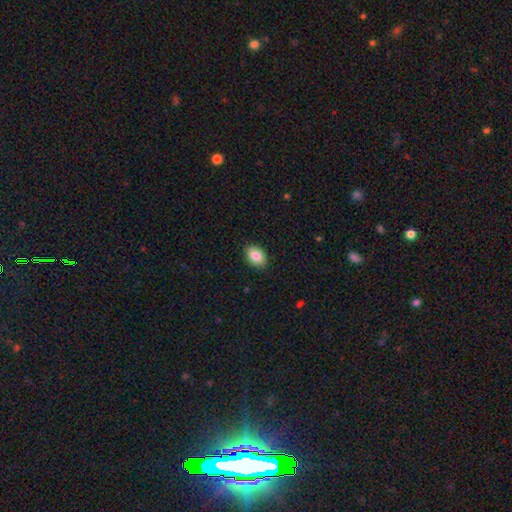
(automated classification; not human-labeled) smooth 85%, star or artifact 8%, featured or disk 7%. Down the decision tree: how rounded — in between (85%); merging — none (89%).